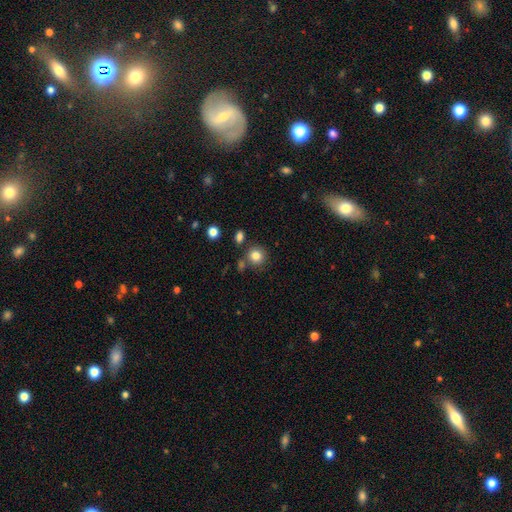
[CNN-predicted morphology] smooth-or-featured: smooth: 82% | star or artifact: 11% | featured or disk: 7%
  how-rounded: round: 89% | in between: 10% | cigar-shaped: 1%
  merging: none: 78% | minor disturbance: 10% | merger: 9% | major disturbance: 3%